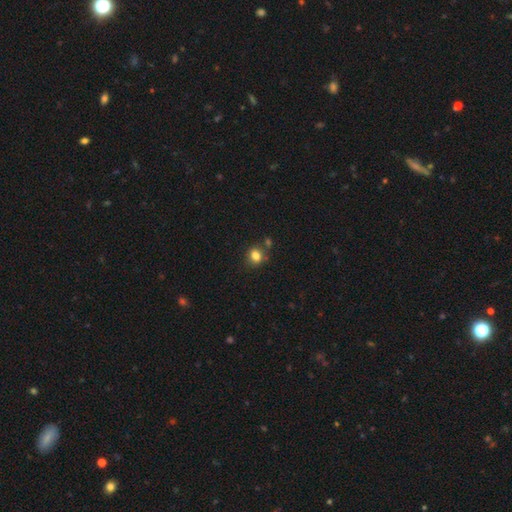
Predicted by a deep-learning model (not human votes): Overall: smooth (82%). How rounded: round (62%; in between 37%). Merging: none (71%).